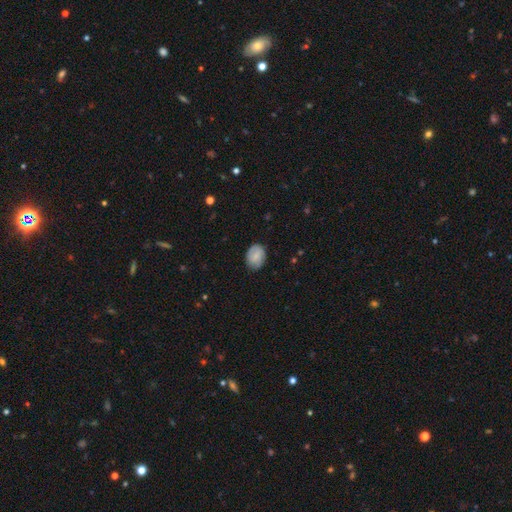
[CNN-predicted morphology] Smooth or featured? smooth (71%)
How rounded? in between (61%)
Merging? none (80%)